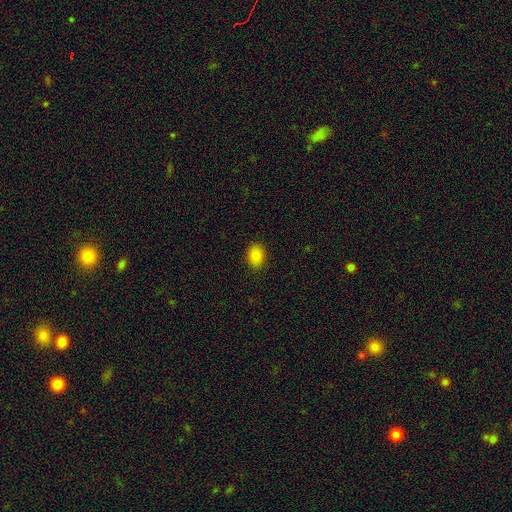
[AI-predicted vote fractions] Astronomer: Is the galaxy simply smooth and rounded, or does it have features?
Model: smooth — 84%.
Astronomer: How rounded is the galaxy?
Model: in between — 70%.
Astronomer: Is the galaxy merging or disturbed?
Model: none — 89%.